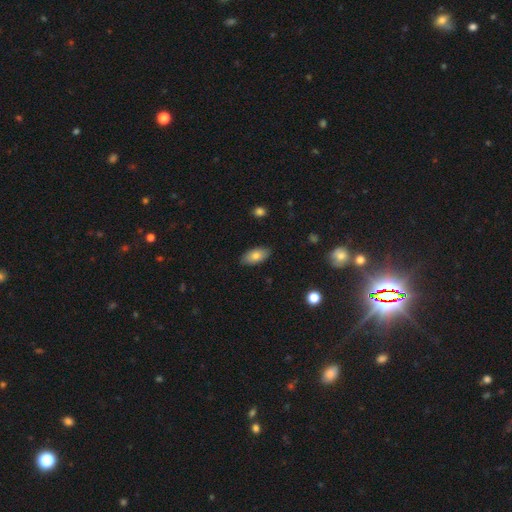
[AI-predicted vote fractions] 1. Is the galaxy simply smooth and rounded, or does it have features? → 78% smooth, 15% featured or disk, 7% star or artifact.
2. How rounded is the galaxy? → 92% in between, 5% cigar-shaped, 3% round.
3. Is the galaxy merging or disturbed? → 86% none, 11% minor disturbance, 2% major disturbance, 1% merger.